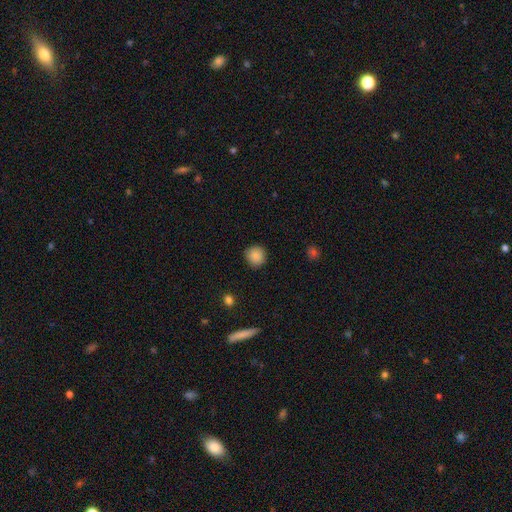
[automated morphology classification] smooth-or-featured: smooth: 87% | star or artifact: 9% | featured or disk: 4%
  how-rounded: round: 93% | in between: 6% | cigar-shaped: 1%
  merging: none: 90% | minor disturbance: 7% | major disturbance: 2% | merger: 1%